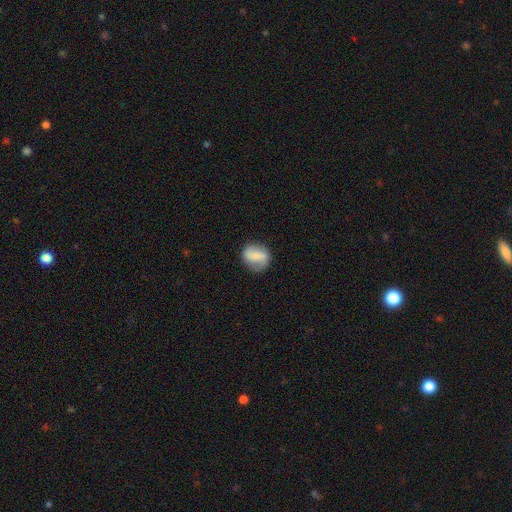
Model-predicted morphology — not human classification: Smooth or featured: smooth — 56% (featured or disk — 37%)
How rounded: round — 65% (in between — 33%)
Merging: none — 75% (minor disturbance — 17%)